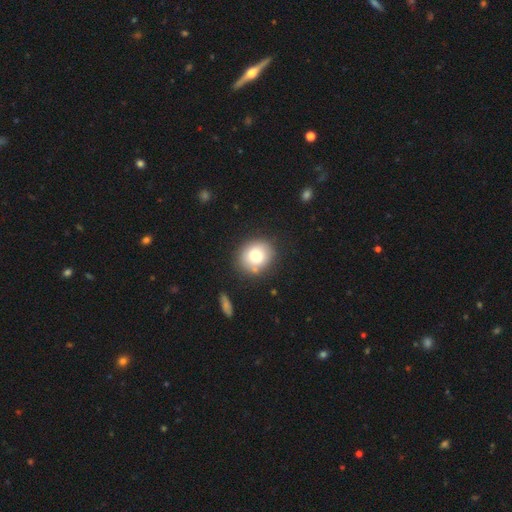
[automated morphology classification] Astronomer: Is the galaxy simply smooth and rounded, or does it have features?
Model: smooth — 76%.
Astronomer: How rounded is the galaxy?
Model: round — 80%.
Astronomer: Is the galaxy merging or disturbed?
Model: none — 81%.